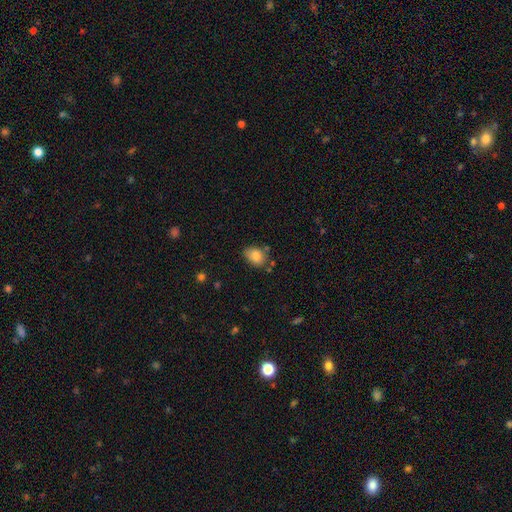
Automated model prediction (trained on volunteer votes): smooth_or_featured: smooth (p=0.83) [alt: star or artifact p=0.08]
how_rounded: in between (p=0.75) [alt: round p=0.23]
merging: none (p=0.69) [alt: minor disturbance p=0.21]